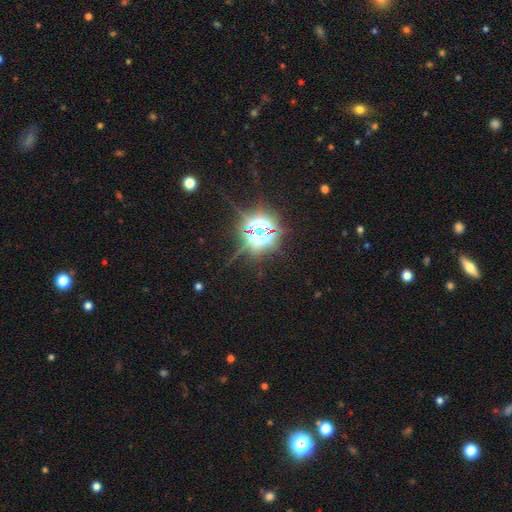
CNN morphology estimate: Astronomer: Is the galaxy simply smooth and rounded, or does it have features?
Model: star or artifact — 84%.